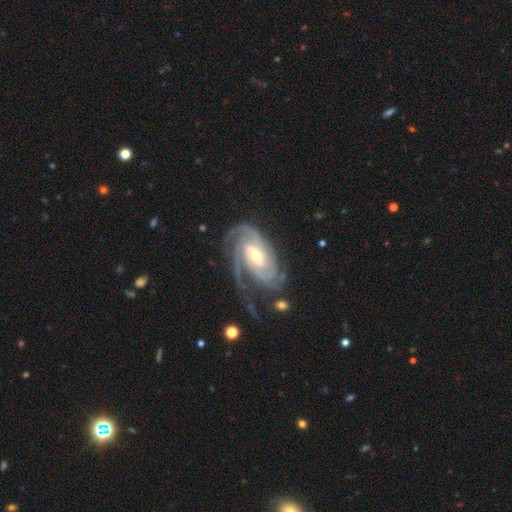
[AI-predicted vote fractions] Smooth or featured? Predicted: featured or disk (p=0.91). Edge-on disk? Predicted: no (p=0.96). Bar? Predicted: weak (p=0.44). Spiral arms? Predicted: yes (p=0.98). Spiral winding? Predicted: tight (p=0.65). Spiral arm count? Predicted: 3 (p=0.35). Bulge size? Predicted: moderate (p=0.55). Merging? Predicted: none (p=0.63).